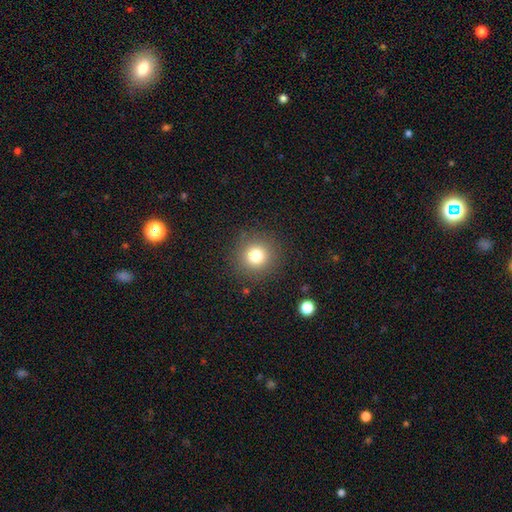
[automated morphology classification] A smooth galaxy with no disk features (77%) that is round (93%). Merging: none (88%).